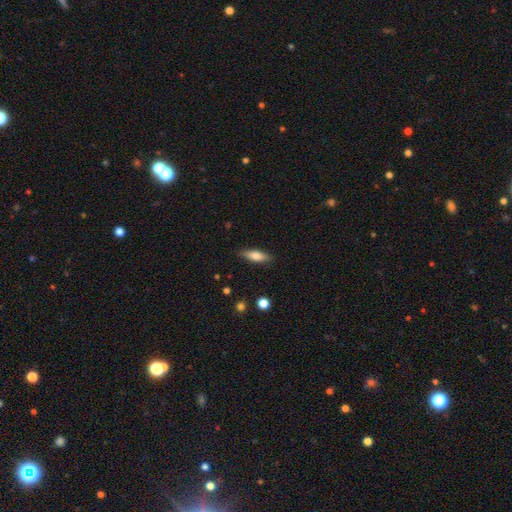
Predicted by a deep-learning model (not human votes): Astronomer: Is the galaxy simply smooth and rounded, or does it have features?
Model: smooth — 72%.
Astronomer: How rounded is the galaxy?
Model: in between — 50% (runner-up: cigar-shaped, 47%).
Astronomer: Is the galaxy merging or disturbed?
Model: none — 86%.